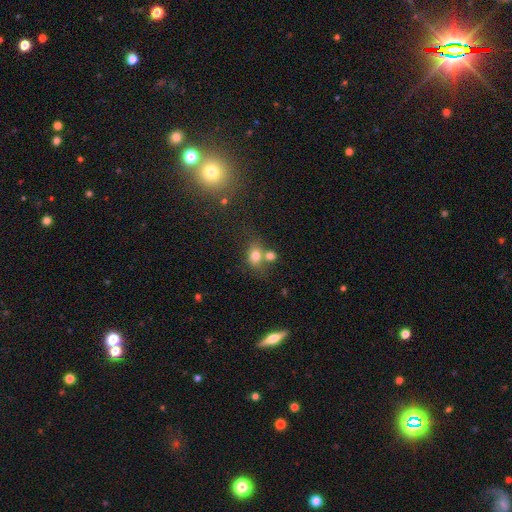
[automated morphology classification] The model was most divided on "merging": none: 43%, merger: 38%, minor disturbance: 13%, major disturbance: 6%. More confident: smooth or featured — smooth (76%); how rounded — in between (64%).